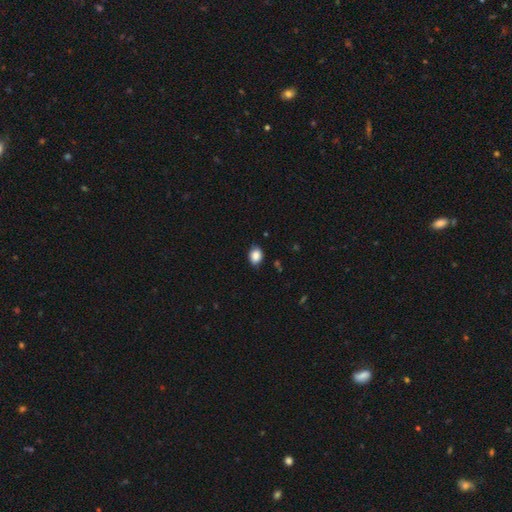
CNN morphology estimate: Q: Smooth or featured?
A: smooth (88%); runner-up: star or artifact (8%)
Q: How rounded?
A: in between (68%); runner-up: round (31%)
Q: Merging?
A: none (85%); runner-up: minor disturbance (12%)